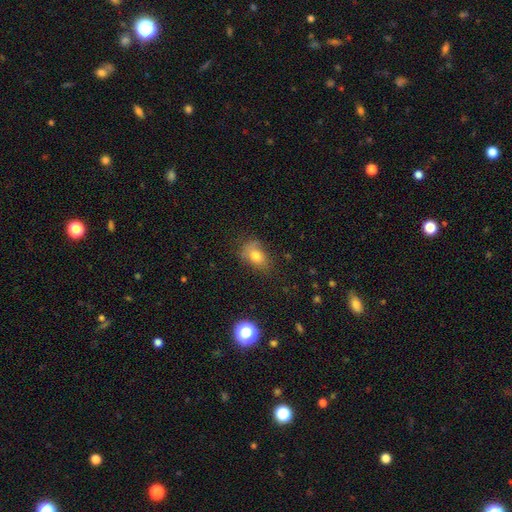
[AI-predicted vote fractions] Smooth or featured? Predicted: smooth (p=0.74). How rounded? Predicted: in between (p=0.72). Merging? Predicted: none (p=0.52).